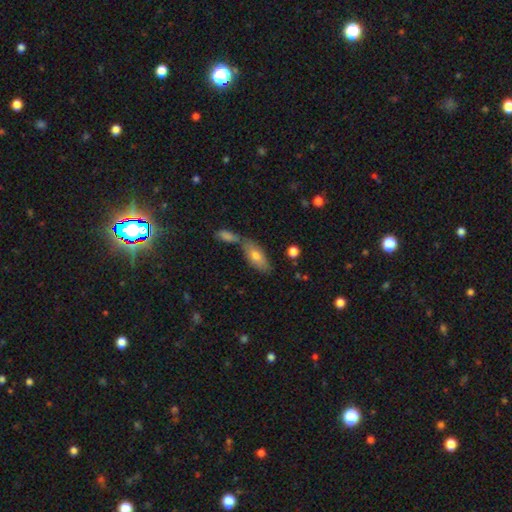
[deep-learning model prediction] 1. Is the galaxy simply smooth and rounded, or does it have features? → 70% smooth, 23% featured or disk, 7% star or artifact.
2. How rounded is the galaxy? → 80% in between, 17% cigar-shaped, 3% round.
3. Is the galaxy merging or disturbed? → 50% none, 33% merger, 13% minor disturbance, 4% major disturbance.